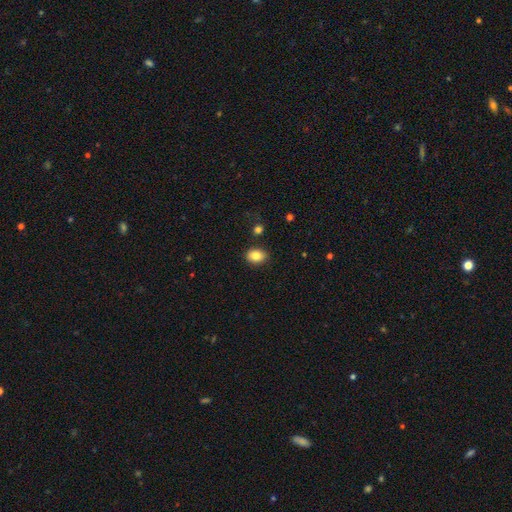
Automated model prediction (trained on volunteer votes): Smooth or featured? smooth (84%)
How rounded? in between (71%)
Merging? none (84%)